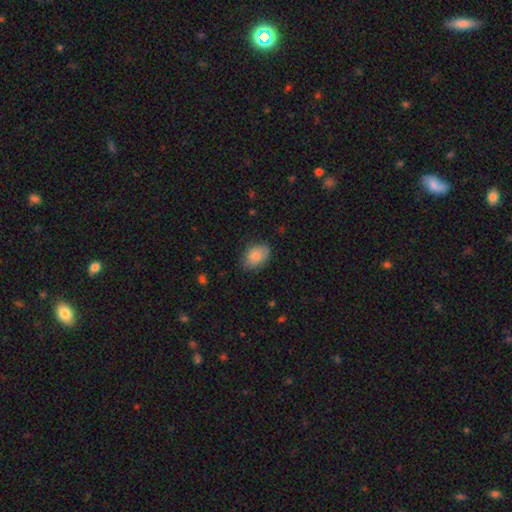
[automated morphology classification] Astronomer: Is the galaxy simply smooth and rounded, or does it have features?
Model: smooth — 84%.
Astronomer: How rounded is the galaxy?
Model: in between — 81%.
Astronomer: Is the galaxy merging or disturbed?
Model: none — 79%.